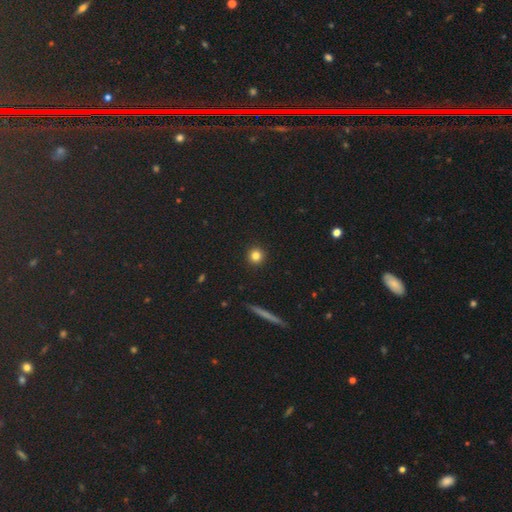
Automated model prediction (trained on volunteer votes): smooth_or_featured: smooth (p=0.82) [alt: star or artifact p=0.12]
how_rounded: round (p=0.95) [alt: in between p=0.04]
merging: none (p=0.93) [alt: minor disturbance p=0.04]